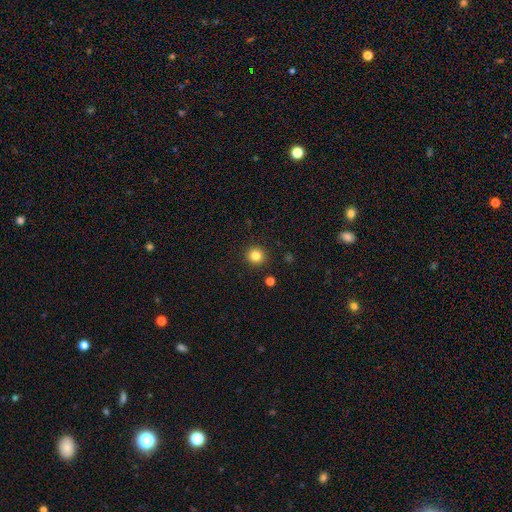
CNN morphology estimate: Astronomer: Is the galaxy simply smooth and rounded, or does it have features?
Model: smooth — 83%.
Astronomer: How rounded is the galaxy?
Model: round — 93%.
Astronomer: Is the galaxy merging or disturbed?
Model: none — 92%.